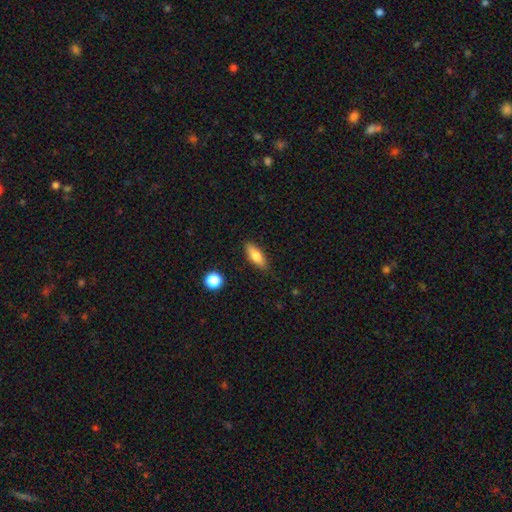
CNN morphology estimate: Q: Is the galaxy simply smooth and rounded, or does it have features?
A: smooth — 72%.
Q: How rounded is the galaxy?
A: in between — 59%.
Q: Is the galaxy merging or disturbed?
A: none — 86%.